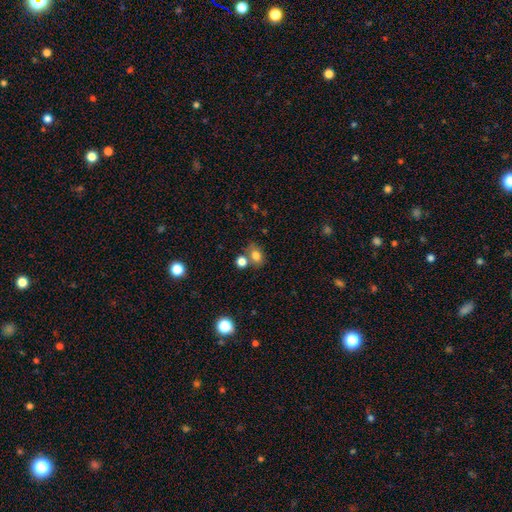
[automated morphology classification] smooth-or-featured: smooth: 78% | star or artifact: 12% | featured or disk: 10%
  how-rounded: in between: 60% | round: 38% | cigar-shaped: 1%
  merging: none: 57% | merger: 24% | minor disturbance: 14% | major disturbance: 5%